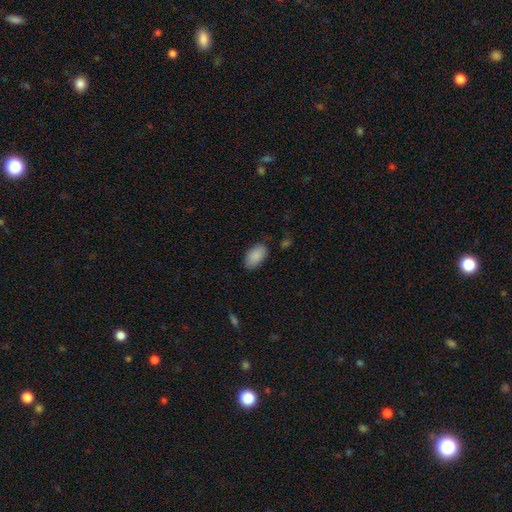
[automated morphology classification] The model was most divided on "merging": none: 83%, minor disturbance: 13%, major disturbance: 3%, merger: 1%. More confident: how rounded — in between (94%); smooth or featured — smooth (89%).